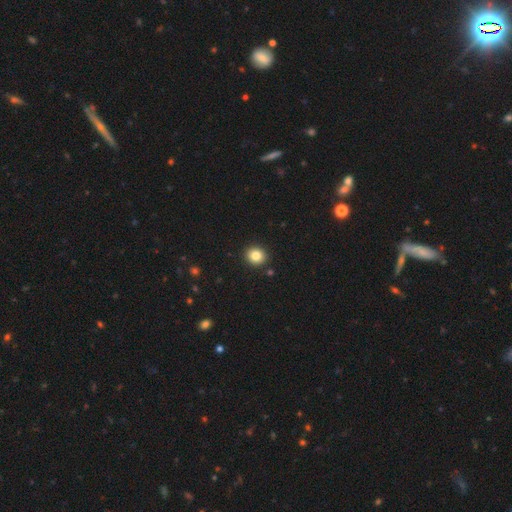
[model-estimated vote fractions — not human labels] Q: Smooth or featured?
A: smooth (84%); runner-up: star or artifact (10%)
Q: How rounded?
A: round (83%); runner-up: in between (17%)
Q: Merging?
A: none (91%); runner-up: minor disturbance (5%)